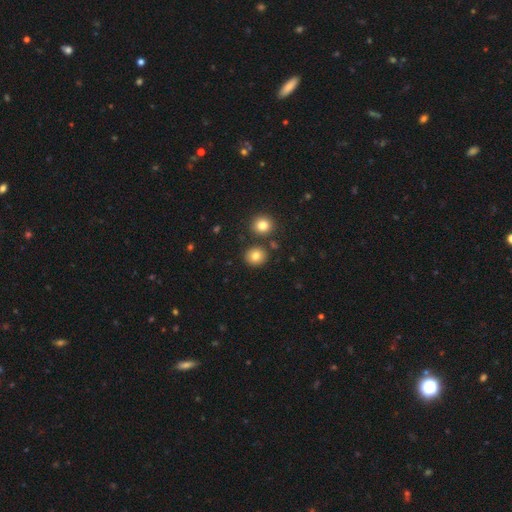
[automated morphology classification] smooth_or_featured: smooth (p=0.81) [alt: star or artifact p=0.11]
how_rounded: round (p=0.83) [alt: in between p=0.16]
merging: none (p=0.84) [alt: minor disturbance p=0.07]